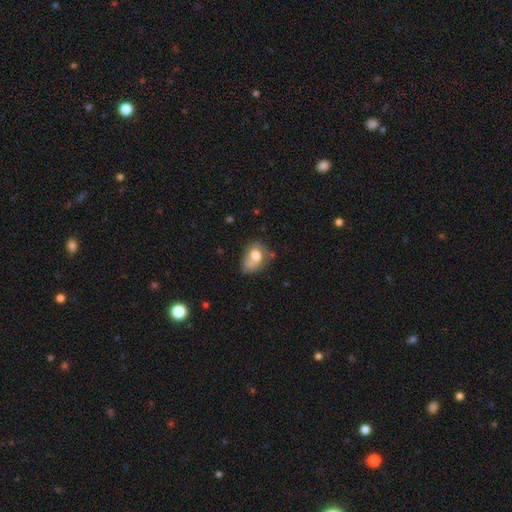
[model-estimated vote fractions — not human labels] This appears to be a smooth galaxy with no disk features (68%) that is in between round and cigar-shaped (70%). Merging: none (37%).